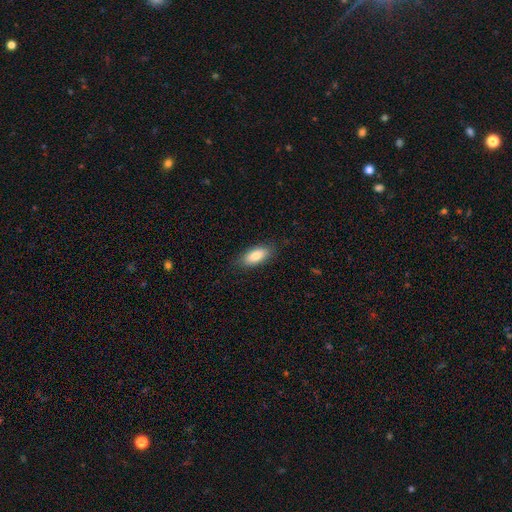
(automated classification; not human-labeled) Overall: smooth (84%). How rounded: in between (86%). Merging: none (85%).